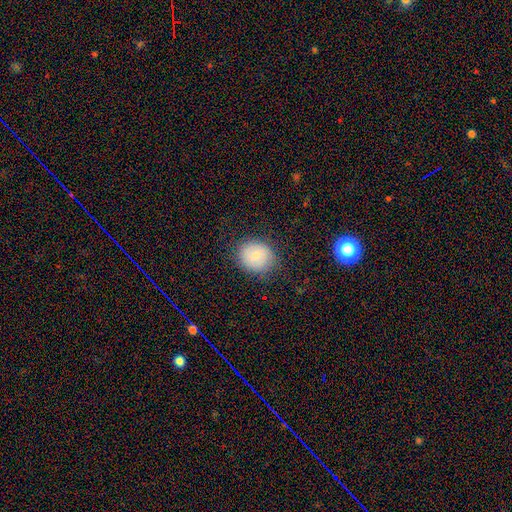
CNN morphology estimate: Q: Smooth or featured?
A: smooth (76%); runner-up: featured or disk (16%)
Q: How rounded?
A: round (71%); runner-up: in between (28%)
Q: Merging?
A: none (81%); runner-up: minor disturbance (14%)